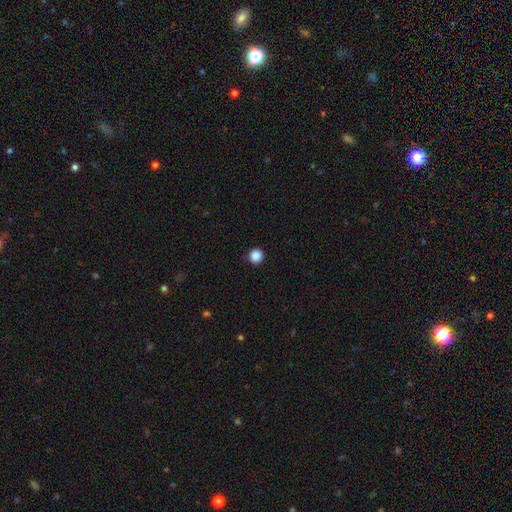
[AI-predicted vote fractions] smooth-or-featured: smooth: 87% | star or artifact: 10% | featured or disk: 2%
  how-rounded: round: 96% | in between: 3% | cigar-shaped: 1%
  merging: none: 93% | minor disturbance: 5% | major disturbance: 2% | merger: 1%